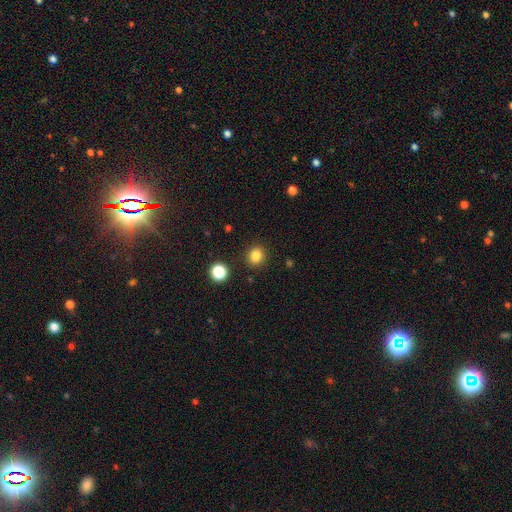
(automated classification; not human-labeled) smooth-or-featured: smooth: 83% | star or artifact: 12% | featured or disk: 4%
  how-rounded: round: 83% | in between: 16% | cigar-shaped: 1%
  merging: none: 89% | minor disturbance: 6% | major disturbance: 2% | merger: 2%